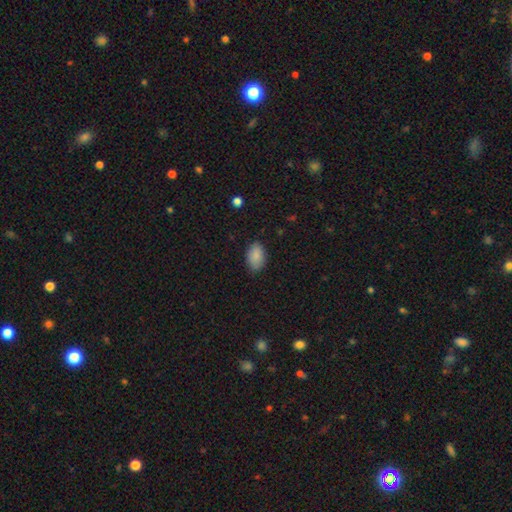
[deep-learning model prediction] This appears to be a smooth galaxy with no disk features (87%) that is in between round and cigar-shaped (91%). Merging: none (82%).